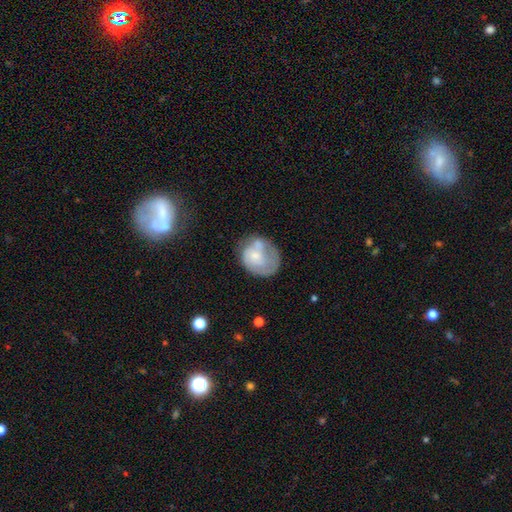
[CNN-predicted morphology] Smooth or featured? featured or disk (49%)
Merging? none (40%)